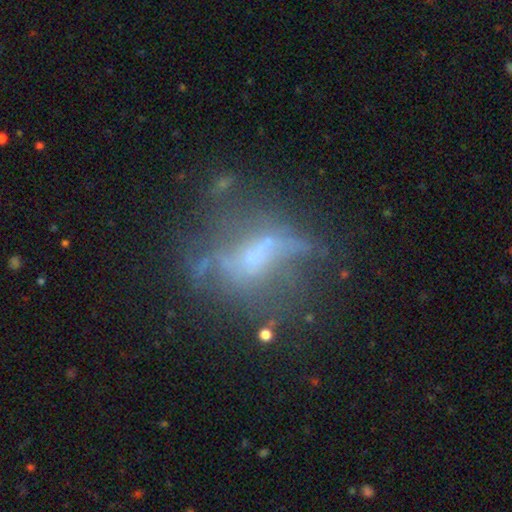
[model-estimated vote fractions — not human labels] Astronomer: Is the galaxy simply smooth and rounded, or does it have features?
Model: featured or disk — 62%.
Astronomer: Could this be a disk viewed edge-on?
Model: no — 79%.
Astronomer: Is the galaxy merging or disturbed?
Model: none — 43% (runner-up: major disturbance, 29%).